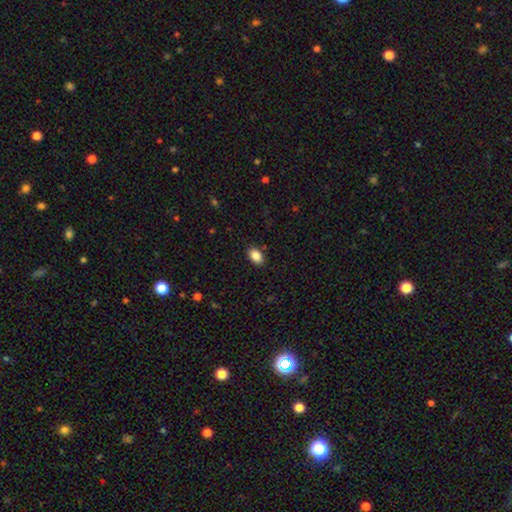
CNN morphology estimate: Smooth or featured? smooth (88%)
How rounded? in between (85%)
Merging? none (88%)